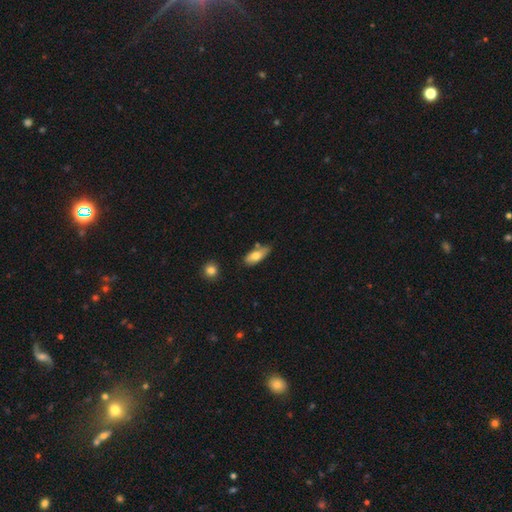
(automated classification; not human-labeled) This is likely a smooth galaxy (75%). How rounded: clearly in between (83%). Merging: possibly none (59%).